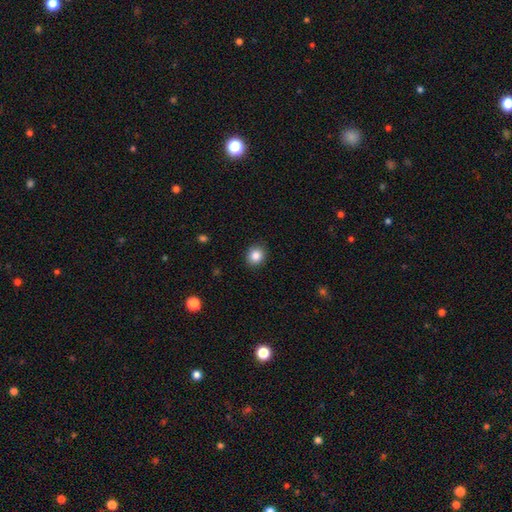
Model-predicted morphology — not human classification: A smooth galaxy with no disk features (85%) that is round (77%).

Vote fractions:
- Smooth or featured? smooth: 85% / star or artifact: 10% / featured or disk: 5%
- How rounded? round: 77% / in between: 23% / cigar-shaped: 1%
- Merging? none: 90% / minor disturbance: 7% / major disturbance: 2% / merger: 1%